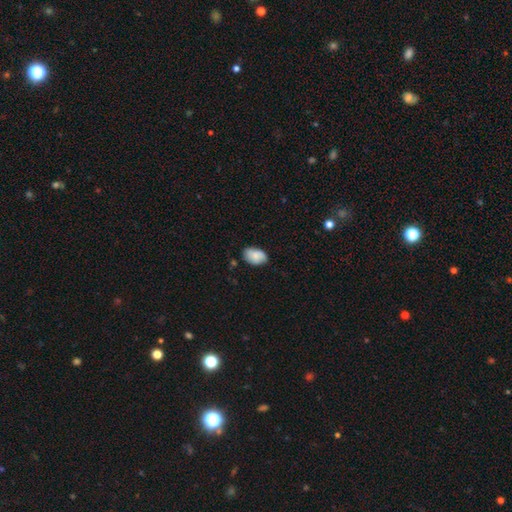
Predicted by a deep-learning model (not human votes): A smooth galaxy with no disk features (83%) that is in between round and cigar-shaped (89%). Merging: none (72%).